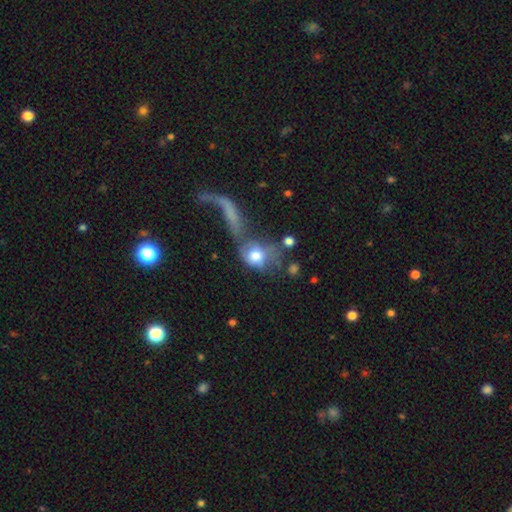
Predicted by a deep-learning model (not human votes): Smooth or featured? Predicted: smooth (p=0.64). How rounded? Predicted: in between (p=0.55). Merging? Predicted: merger (p=0.37).